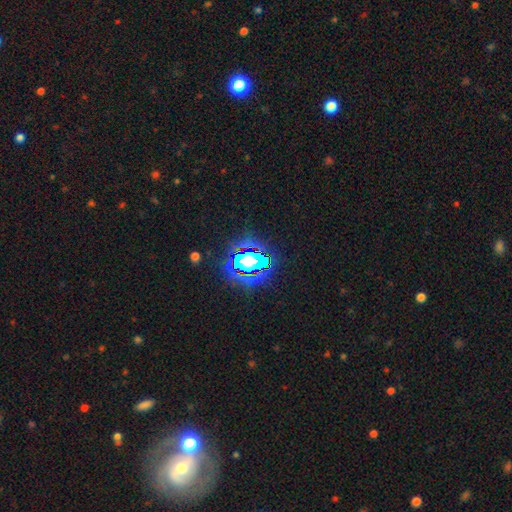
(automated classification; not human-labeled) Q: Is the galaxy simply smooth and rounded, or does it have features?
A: star or artifact — 58%.